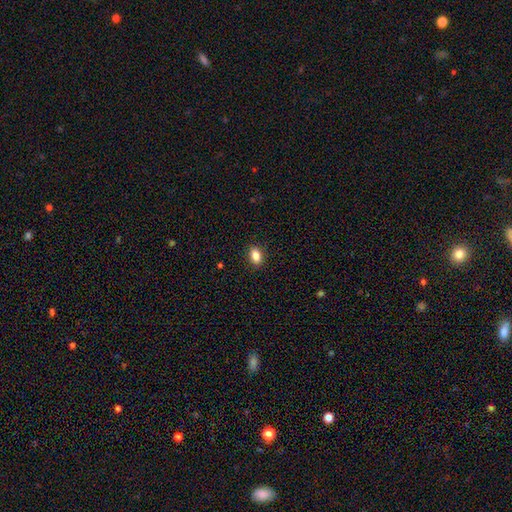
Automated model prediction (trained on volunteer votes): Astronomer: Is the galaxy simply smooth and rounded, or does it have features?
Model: smooth — 85%.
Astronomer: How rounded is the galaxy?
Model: in between — 83%.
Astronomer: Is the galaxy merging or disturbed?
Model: none — 89%.